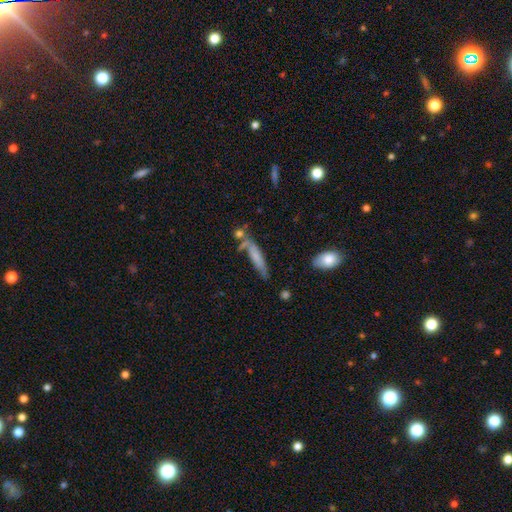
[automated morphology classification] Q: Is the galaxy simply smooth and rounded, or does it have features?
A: smooth — 60%.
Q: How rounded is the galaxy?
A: cigar-shaped — 79%.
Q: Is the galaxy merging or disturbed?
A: none — 53%.